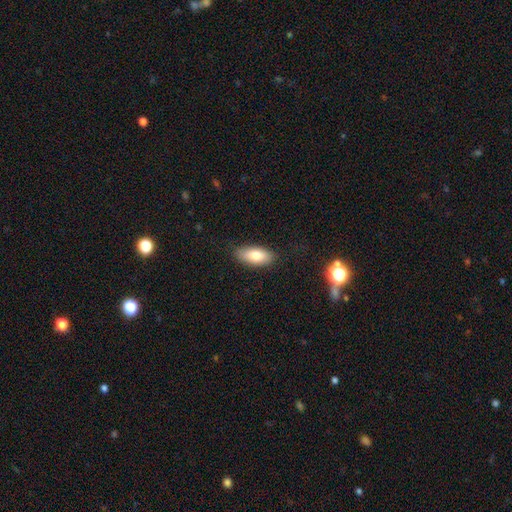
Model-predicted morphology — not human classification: Smooth or featured: smooth — 78% (featured or disk — 15%)
How rounded: in between — 87% (cigar-shaped — 10%)
Merging: none — 84% (minor disturbance — 12%)